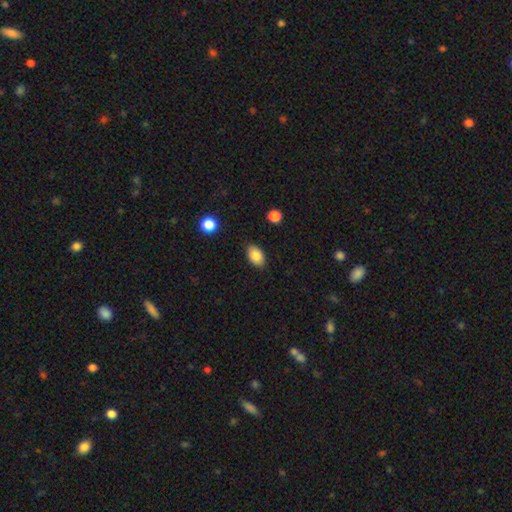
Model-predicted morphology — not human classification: Smooth or featured: smooth — 86% (star or artifact — 8%)
How rounded: in between — 89% (round — 10%)
Merging: none — 84% (minor disturbance — 12%)